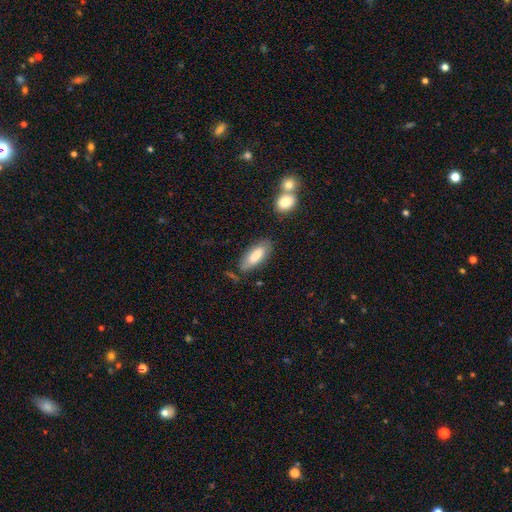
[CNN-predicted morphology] Smooth or featured? Predicted: smooth (p=0.79). How rounded? Predicted: in between (p=0.75). Merging? Predicted: none (p=0.72).